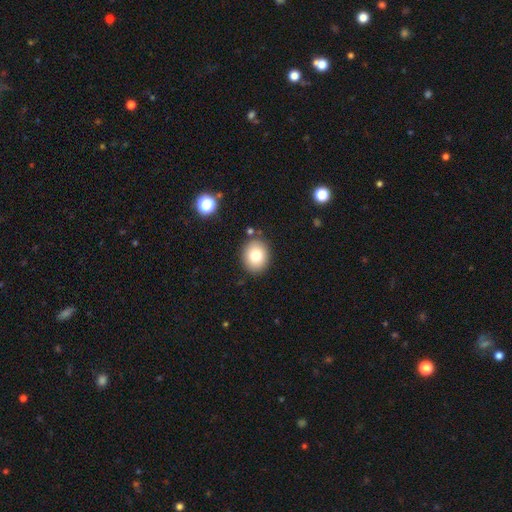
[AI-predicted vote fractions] A smooth galaxy with no disk features (78%) that is round (62%). Merging: none (85%).